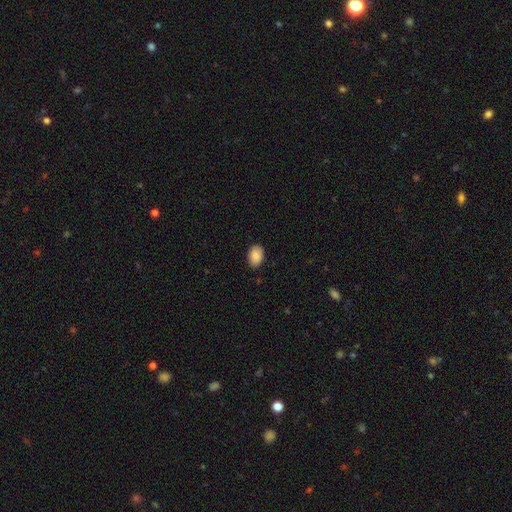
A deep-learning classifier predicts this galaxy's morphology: The model was most divided on "how rounded": in between: 82%, round: 17%, cigar-shaped: 1%. More confident: smooth or featured — smooth (89%); merging — none (89%).